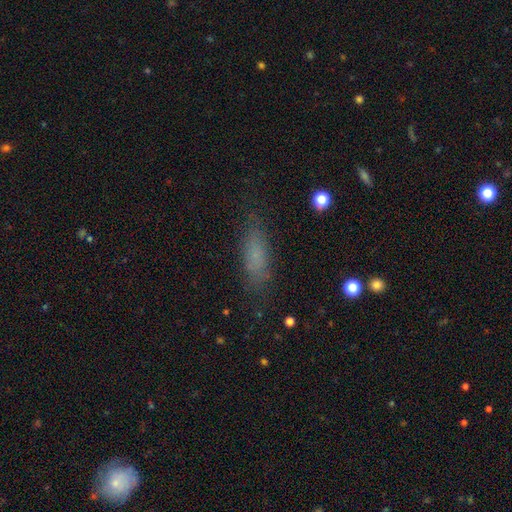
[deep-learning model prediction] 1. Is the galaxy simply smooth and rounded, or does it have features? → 69% smooth, 18% featured or disk, 13% star or artifact.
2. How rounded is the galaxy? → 52% in between, 44% cigar-shaped, 3% round.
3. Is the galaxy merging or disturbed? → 75% none, 17% minor disturbance, 7% major disturbance, 2% merger.